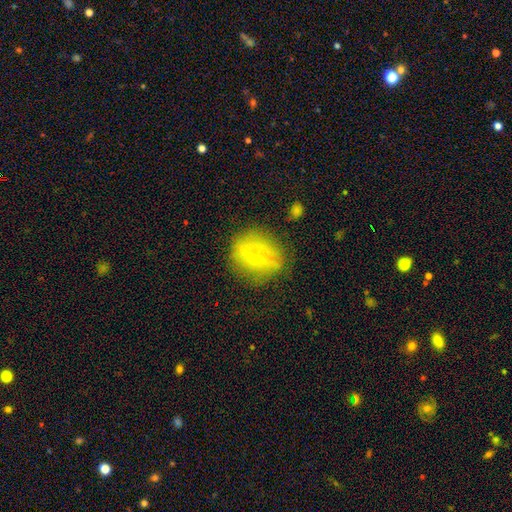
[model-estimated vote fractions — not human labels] A featured or disk galaxy (59%).

Vote fractions:
- Smooth or featured? featured or disk: 59% / smooth: 30% / star or artifact: 11%
- Edge-on disk? no: 57% / yes: 43%
- Merging? none: 78% / minor disturbance: 15% / major disturbance: 5% / merger: 2%